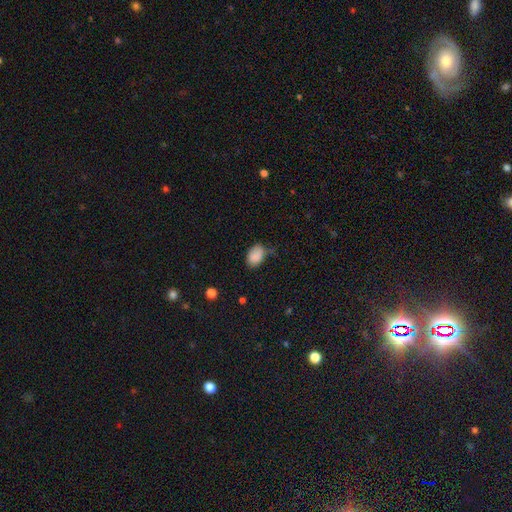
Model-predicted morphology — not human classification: This is clearly a smooth galaxy (87%). How rounded: clearly in between (82%). Merging: possibly none (58%).